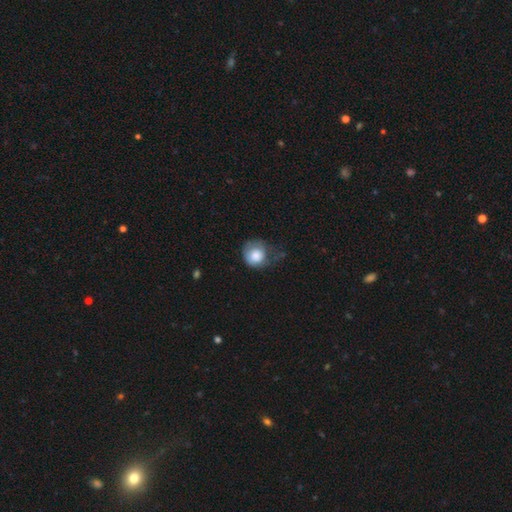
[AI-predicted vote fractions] Morphology: type=smooth (79%); roundness=round (85%); merging=none (39%).